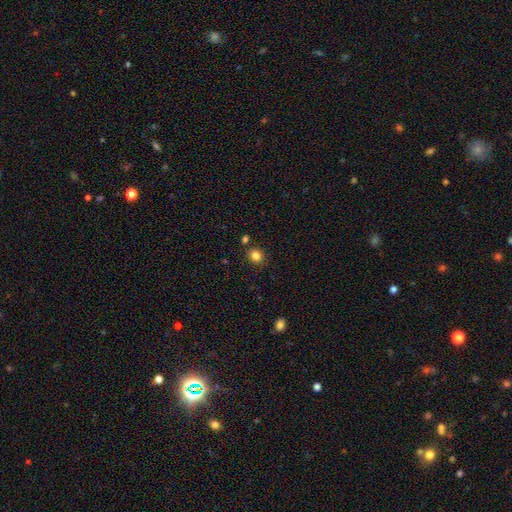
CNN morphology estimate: smooth 82%, star or artifact 12%, featured or disk 5%. Down the decision tree: how rounded — round (78%); merging — none (83%).